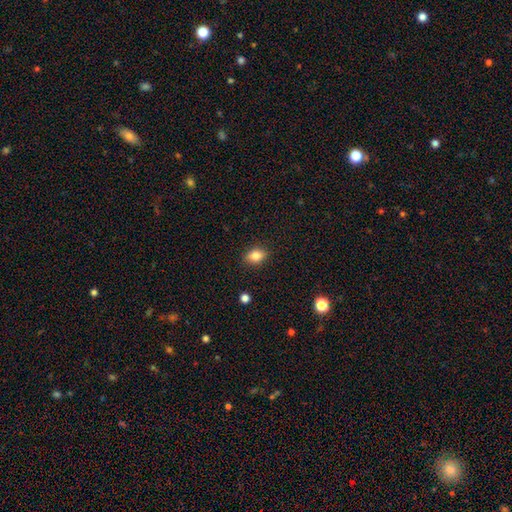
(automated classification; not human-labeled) Smooth or featured? smooth (84%)
How rounded? in between (73%)
Merging? none (87%)